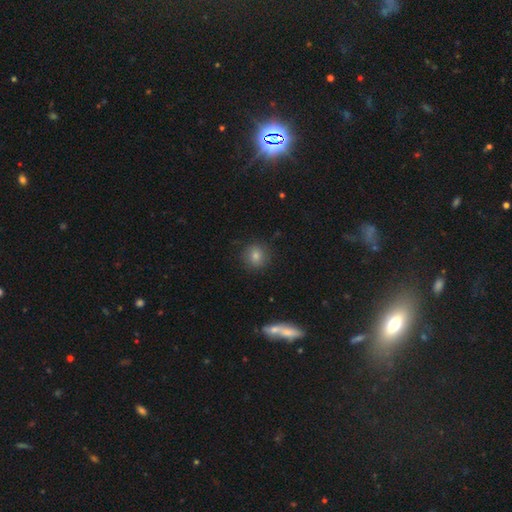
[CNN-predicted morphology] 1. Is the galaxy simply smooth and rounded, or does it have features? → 80% smooth, 11% star or artifact, 9% featured or disk.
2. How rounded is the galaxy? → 88% round, 11% in between, 1% cigar-shaped.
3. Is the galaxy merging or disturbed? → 86% none, 10% minor disturbance, 3% major disturbance, 1% merger.